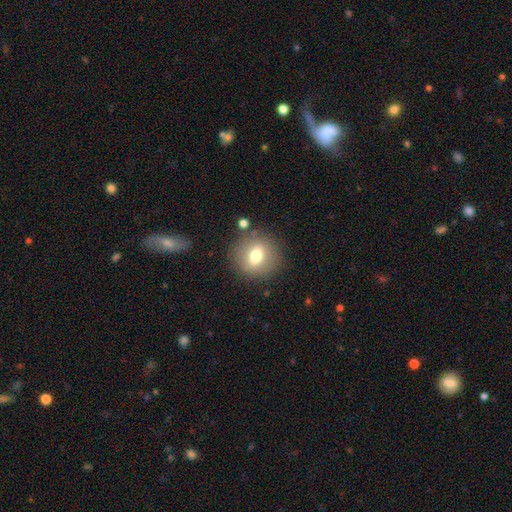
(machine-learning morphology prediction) This is likely a smooth galaxy (67%). How rounded: clearly round (83%). Merging: clearly none (83%).